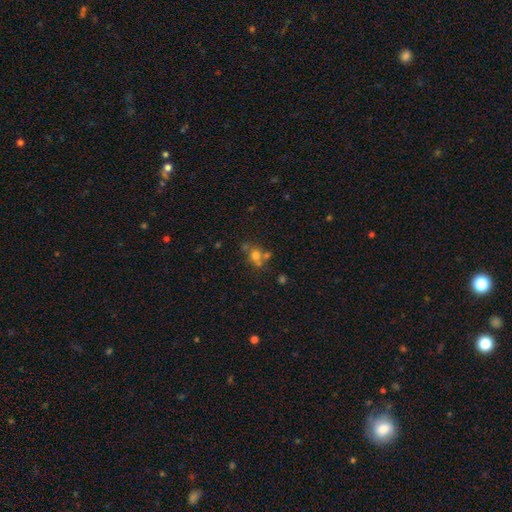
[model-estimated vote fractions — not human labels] This is likely a smooth galaxy (61%). How rounded: likely round (71%). Merging: possibly none (50%).